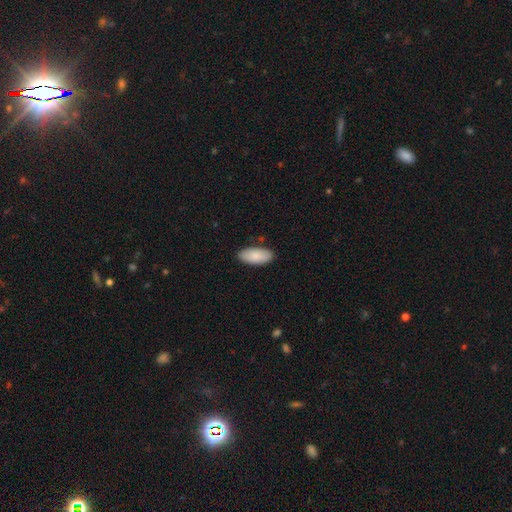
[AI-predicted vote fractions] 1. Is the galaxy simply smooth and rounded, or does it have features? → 86% smooth, 8% featured or disk, 6% star or artifact.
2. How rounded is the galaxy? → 91% in between, 7% cigar-shaped, 2% round.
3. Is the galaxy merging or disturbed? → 85% none, 12% minor disturbance, 2% major disturbance, 2% merger.